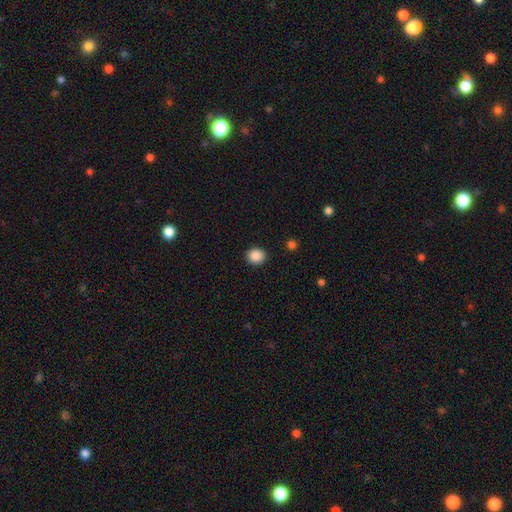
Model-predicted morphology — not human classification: A smooth galaxy with no disk features (87%) that is round (74%).

Vote fractions:
- Smooth or featured? smooth: 87% / star or artifact: 9% / featured or disk: 4%
- How rounded? round: 74% / in between: 25% / cigar-shaped: 1%
- Merging? none: 91% / minor disturbance: 6% / major disturbance: 2% / merger: 1%